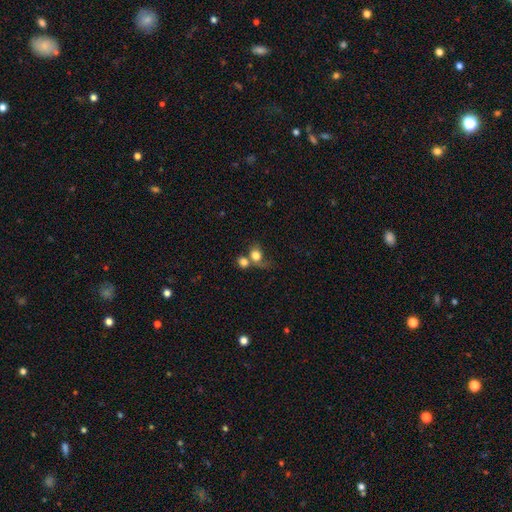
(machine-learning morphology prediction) Overall: smooth (75%). How rounded: round (60%; in between 38%). Merging: merger (49%; none 27%).